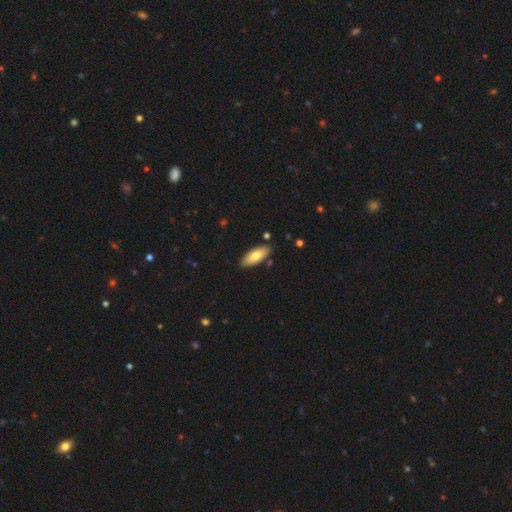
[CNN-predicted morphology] A smooth galaxy with no disk features (77%) that is in between round and cigar-shaped (76%). Merging: none (85%).